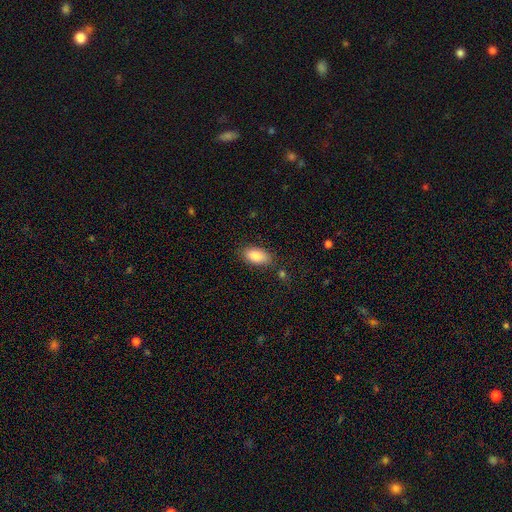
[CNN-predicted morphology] Overall: smooth (86%). How rounded: in between (92%). Merging: none (80%).